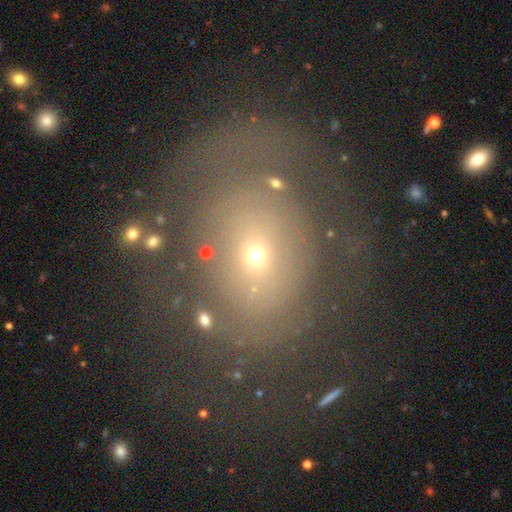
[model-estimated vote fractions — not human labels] smooth_or_featured: smooth (p=0.48) [alt: featured or disk p=0.32]
merging: none (p=0.58) [alt: major disturbance p=0.19]